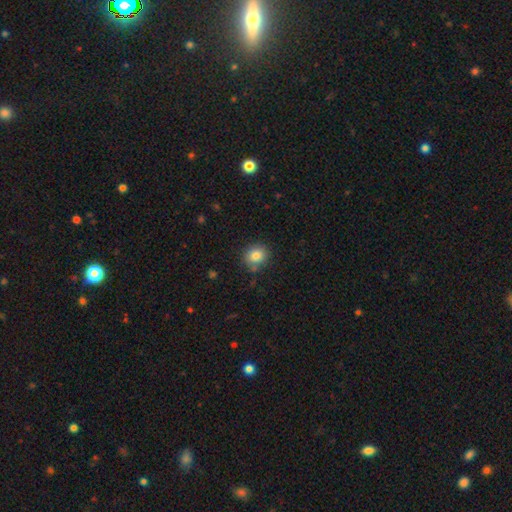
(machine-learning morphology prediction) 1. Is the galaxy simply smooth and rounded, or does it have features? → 84% smooth, 10% star or artifact, 6% featured or disk.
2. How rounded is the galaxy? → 78% round, 21% in between, 1% cigar-shaped.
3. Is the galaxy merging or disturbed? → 79% none, 15% minor disturbance, 3% merger, 3% major disturbance.